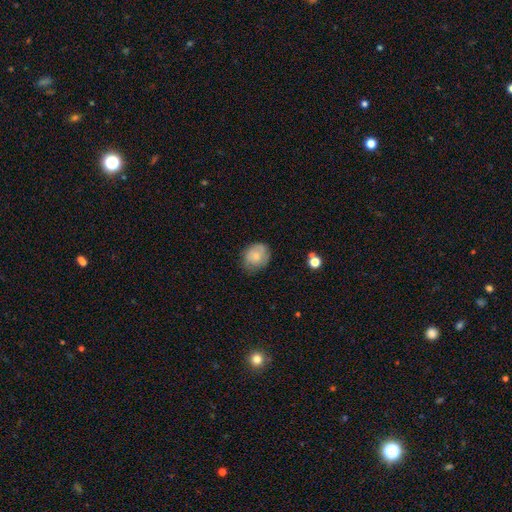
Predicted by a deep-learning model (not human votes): A smooth galaxy with no disk features (74%) that is round (60%).

Vote fractions:
- Smooth or featured? smooth: 74% / featured or disk: 18% / star or artifact: 8%
- How rounded? round: 60% / in between: 39% / cigar-shaped: 1%
- Merging? none: 69% / minor disturbance: 24% / major disturbance: 5% / merger: 1%